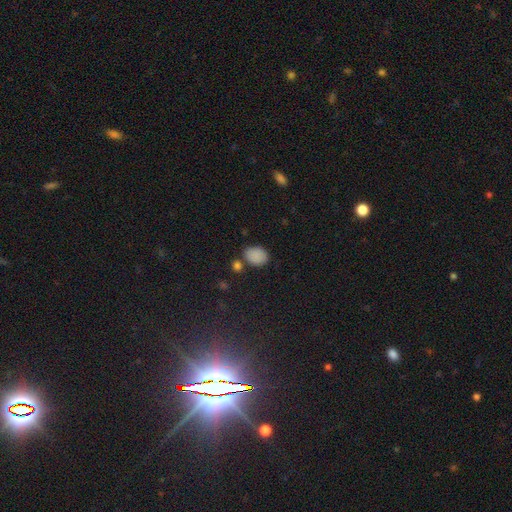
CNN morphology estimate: This appears to be a smooth galaxy with no disk features (85%) that is in between round and cigar-shaped (67%). Merging: none (72%).